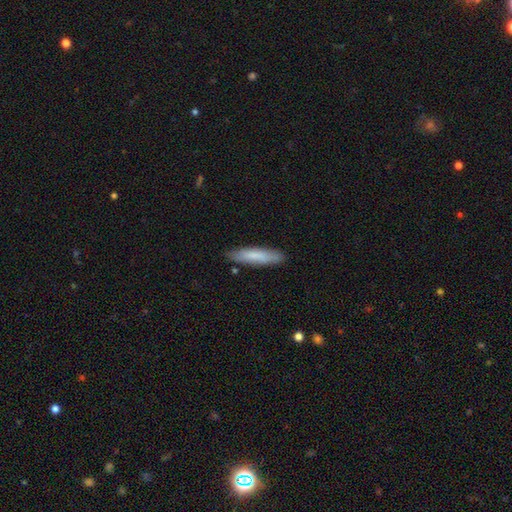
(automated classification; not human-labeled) Q: Smooth or featured?
A: smooth (76%); runner-up: featured or disk (18%)
Q: How rounded?
A: cigar-shaped (82%); runner-up: in between (16%)
Q: Merging?
A: none (86%); runner-up: minor disturbance (11%)